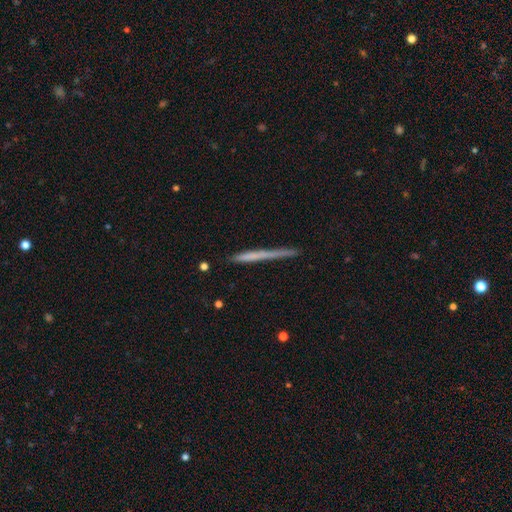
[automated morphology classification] This appears to be a smooth galaxy with no disk features (53%) that is cigar-shaped (97%). Merging: none (83%).